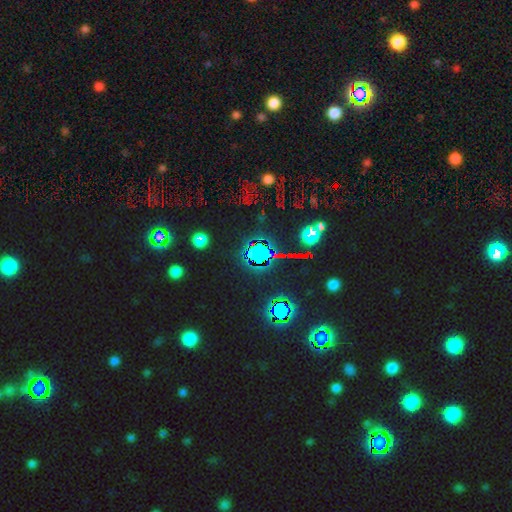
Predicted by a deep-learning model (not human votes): Morphology: type=star or artifact (81%).